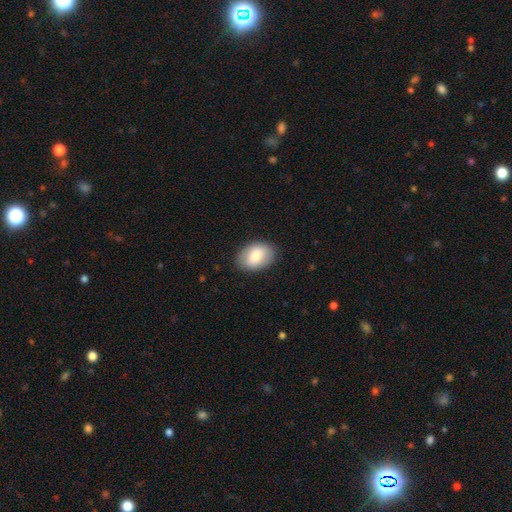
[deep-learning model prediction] Morphology: type=smooth (77%); roundness=in between (81%); merging=none (84%).